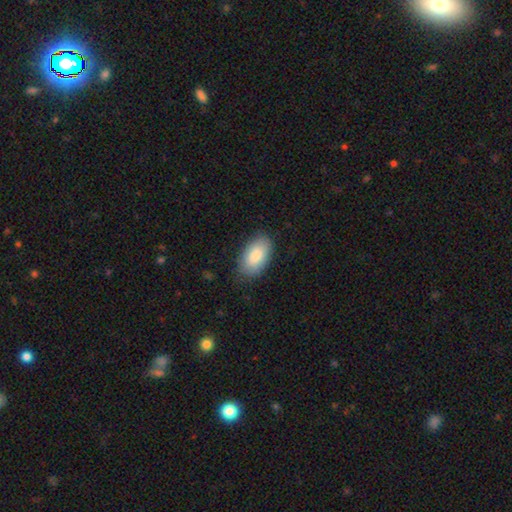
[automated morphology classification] Q: Smooth or featured?
A: smooth (86%); runner-up: featured or disk (8%)
Q: How rounded?
A: in between (95%); runner-up: round (3%)
Q: Merging?
A: none (82%); runner-up: minor disturbance (14%)